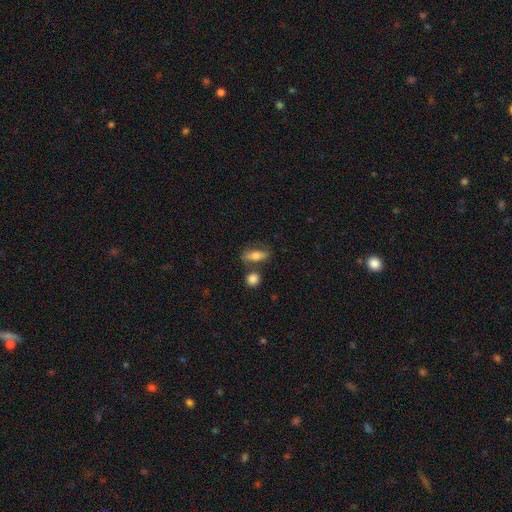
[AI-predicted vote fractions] Smooth or featured? Predicted: smooth (p=0.63). How rounded? Predicted: in between (p=0.64). Merging? Predicted: none (p=0.64).